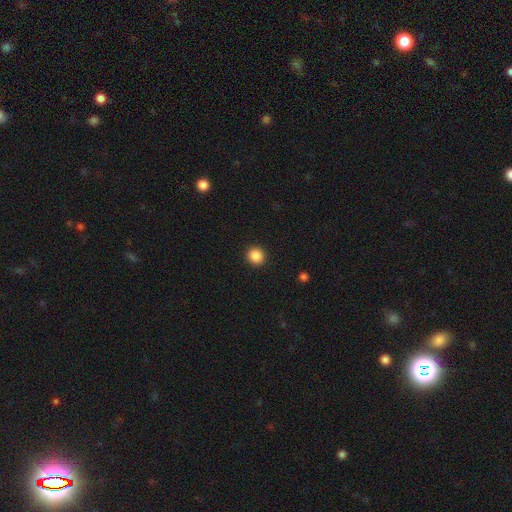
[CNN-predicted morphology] The model was most divided on "smooth or featured": smooth: 87%, star or artifact: 10%, featured or disk: 3%. More confident: merging — none (92%); how rounded — round (91%).